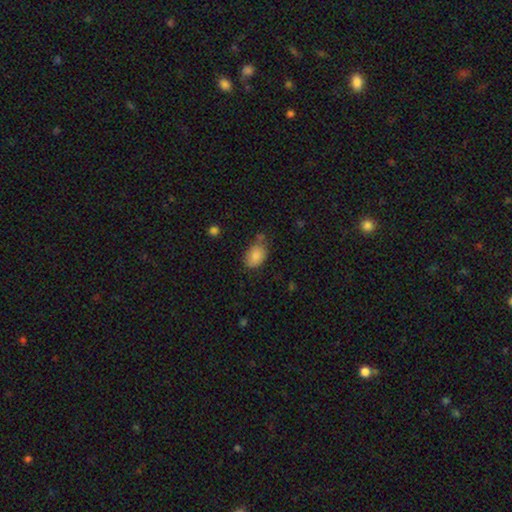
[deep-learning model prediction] Smooth or featured? smooth (85%)
How rounded? in between (85%)
Merging? none (58%)